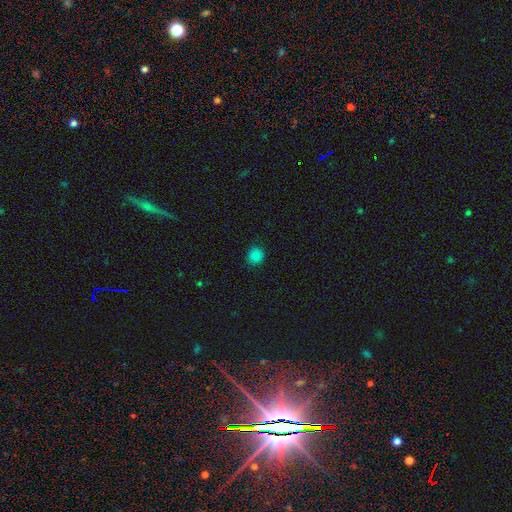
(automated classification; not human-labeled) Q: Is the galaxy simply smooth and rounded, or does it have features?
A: smooth — 83%.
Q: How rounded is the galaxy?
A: round — 88%.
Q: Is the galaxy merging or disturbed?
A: none — 88%.